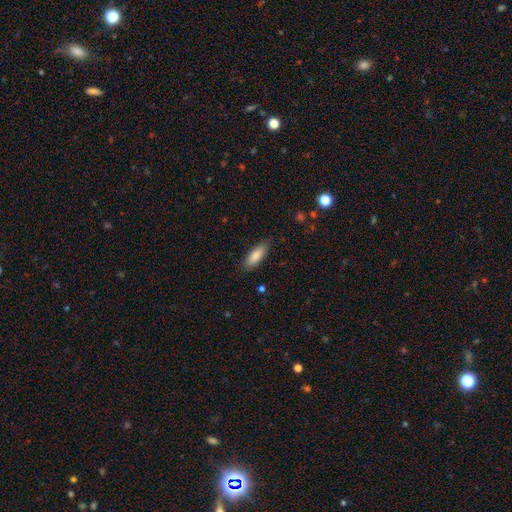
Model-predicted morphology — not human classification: smooth_or_featured: smooth (p=0.85) [alt: featured or disk p=0.09]
how_rounded: in between (p=0.63) [alt: cigar-shaped p=0.35]
merging: none (p=0.82) [alt: minor disturbance p=0.14]